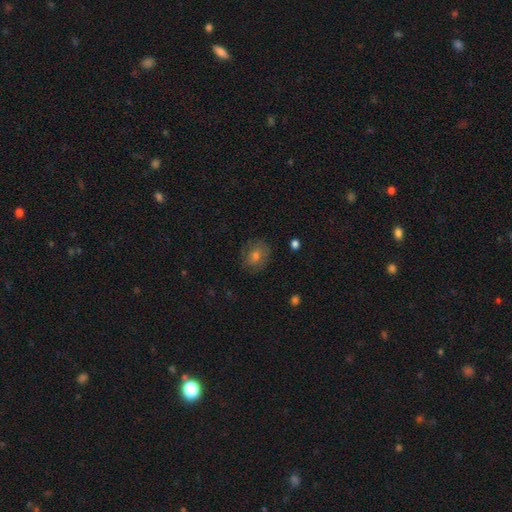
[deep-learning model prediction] Smooth or featured?
  - smooth: 64% *
  - featured or disk: 20%
  - star or artifact: 17%
How rounded?
  - round: 70% *
  - in between: 29%
  - cigar-shaped: 1%
Merging?
  - none: 82% *
  - minor disturbance: 13%
  - major disturbance: 4%
  - merger: 1%